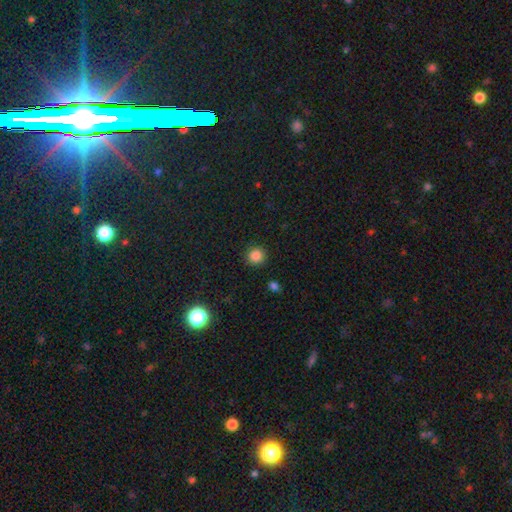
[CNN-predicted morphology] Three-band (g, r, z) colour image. It shows a smooth galaxy with no disk features (85%) that is round (91%). Merging: none (89%).